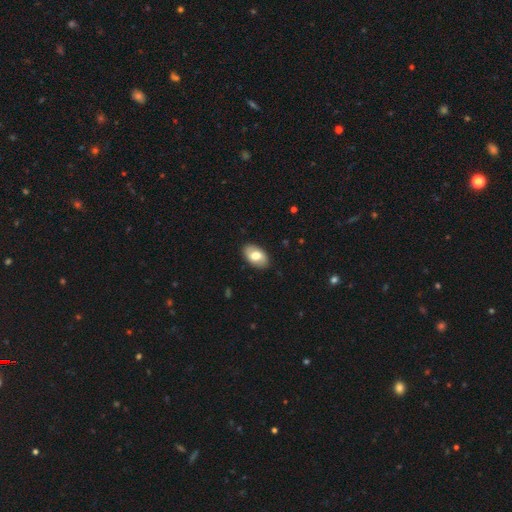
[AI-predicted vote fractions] smooth 71%, featured or disk 23%, star or artifact 6%. Down the decision tree: how rounded — in between (93%); merging — none (88%).